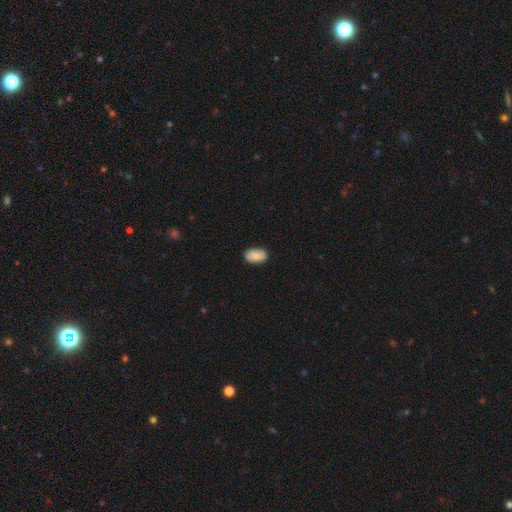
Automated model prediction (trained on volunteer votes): Smooth or featured? Predicted: smooth (p=0.85). How rounded? Predicted: in between (p=0.93). Merging? Predicted: none (p=0.85).